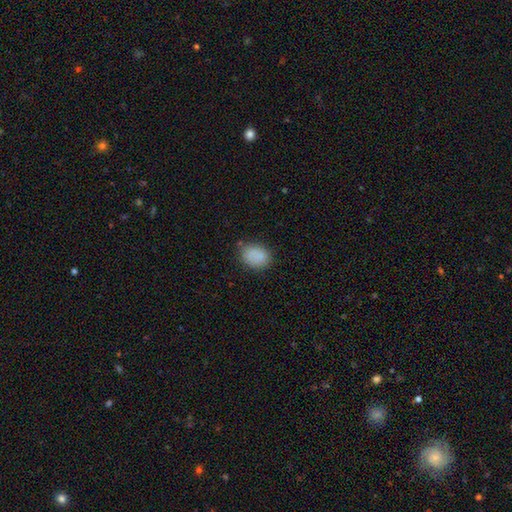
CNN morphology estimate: This is clearly a smooth galaxy (85%). How rounded: possibly in between (60%). Merging: likely none (75%).